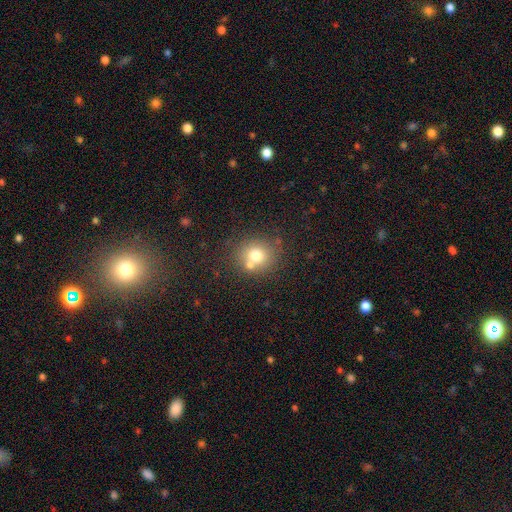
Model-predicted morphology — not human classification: A smooth galaxy with no disk features (72%) that is round (84%).

Vote fractions:
- Smooth or featured? smooth: 72% / featured or disk: 15% / star or artifact: 14%
- How rounded? round: 84% / in between: 15% / cigar-shaped: 1%
- Merging? none: 64% / merger: 22% / minor disturbance: 10% / major disturbance: 4%